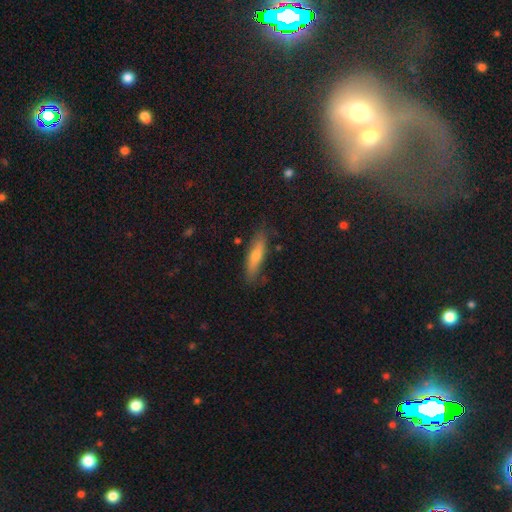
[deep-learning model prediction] A smooth galaxy with no disk features (59%) that is cigar-shaped (73%). Merging: none (80%).